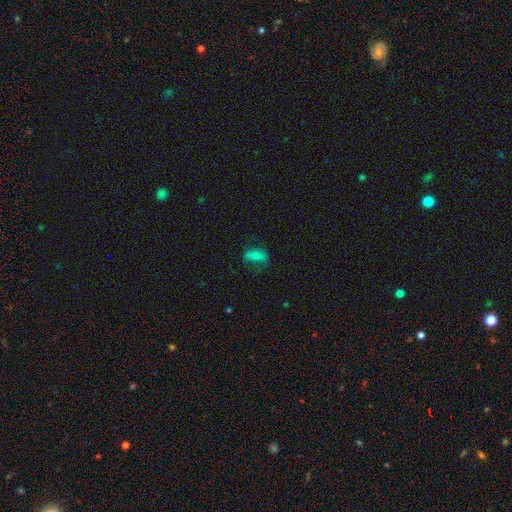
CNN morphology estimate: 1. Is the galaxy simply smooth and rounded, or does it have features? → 63% smooth, 25% featured or disk, 12% star or artifact.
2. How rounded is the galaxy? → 72% in between, 21% cigar-shaped, 7% round.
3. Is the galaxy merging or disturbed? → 60% none, 24% minor disturbance, 14% major disturbance, 2% merger.